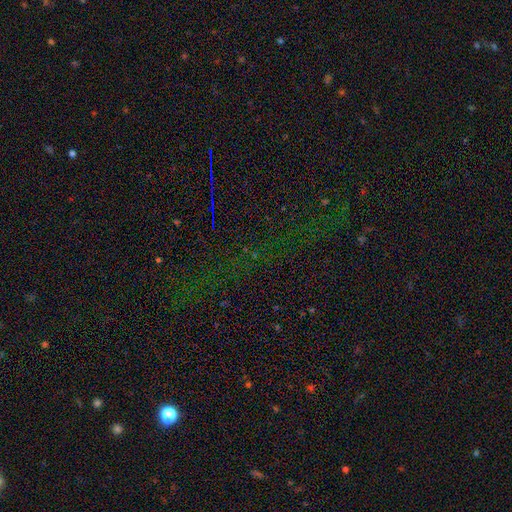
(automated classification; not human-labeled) smooth_or_featured: star or artifact (p=0.75) [alt: smooth p=0.15]